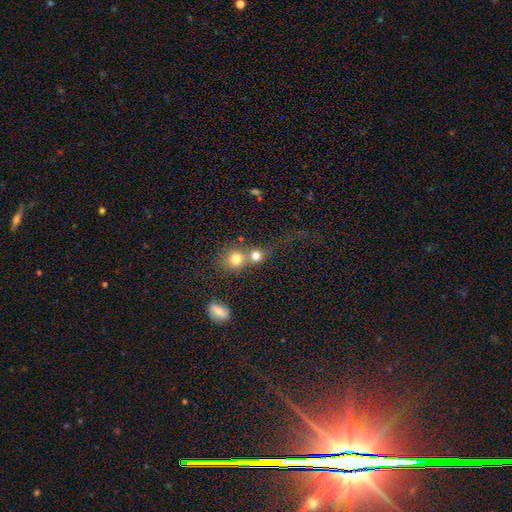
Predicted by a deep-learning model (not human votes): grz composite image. It shows a smooth galaxy with no disk features (77%) that is round (87%). Merging: merger (47%).